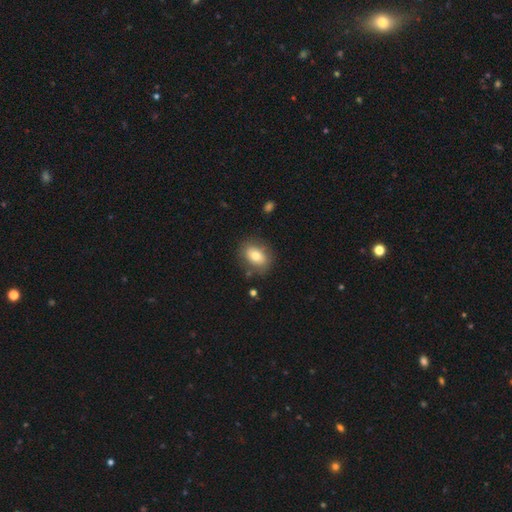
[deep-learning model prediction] A smooth galaxy with no disk features (73%) that is in between round and cigar-shaped (75%).

Vote fractions:
- Smooth or featured? smooth: 73% / featured or disk: 19% / star or artifact: 8%
- How rounded? in between: 75% / round: 24% / cigar-shaped: 2%
- Merging? none: 79% / minor disturbance: 14% / major disturbance: 4% / merger: 3%